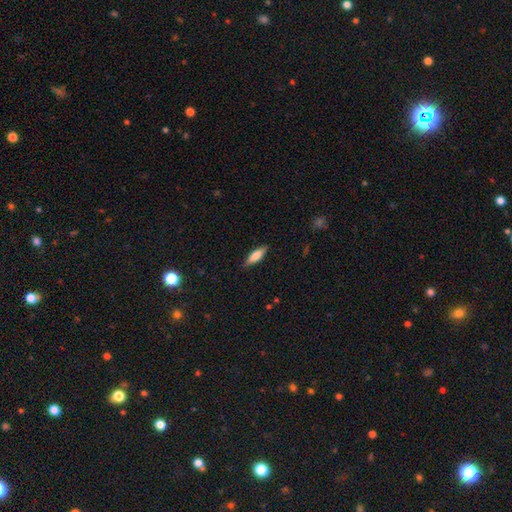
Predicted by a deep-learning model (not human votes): This appears to be a smooth galaxy with no disk features (70%) that is cigar-shaped (53%). Merging: none (86%).